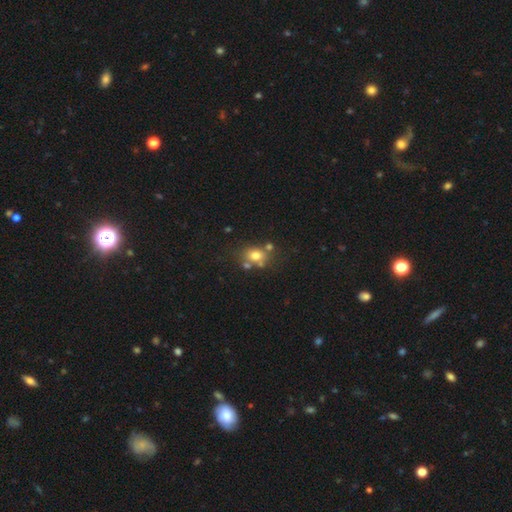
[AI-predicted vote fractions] Q: Smooth or featured?
A: smooth (73%); runner-up: featured or disk (14%)
Q: How rounded?
A: round (53%); runner-up: in between (46%)
Q: Merging?
A: none (57%); runner-up: merger (22%)